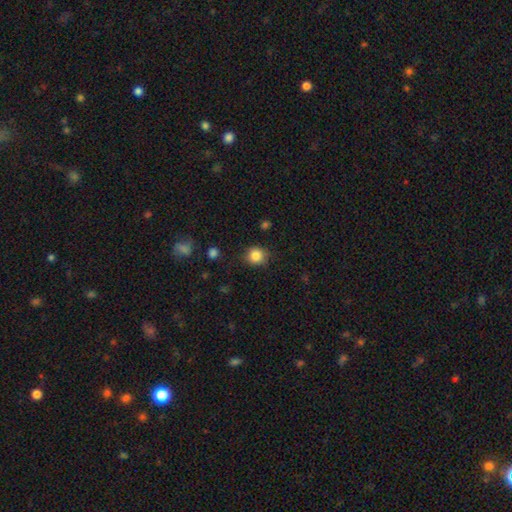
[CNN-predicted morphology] type=smooth (85%); roundness=round (88%); merging=none (84%).